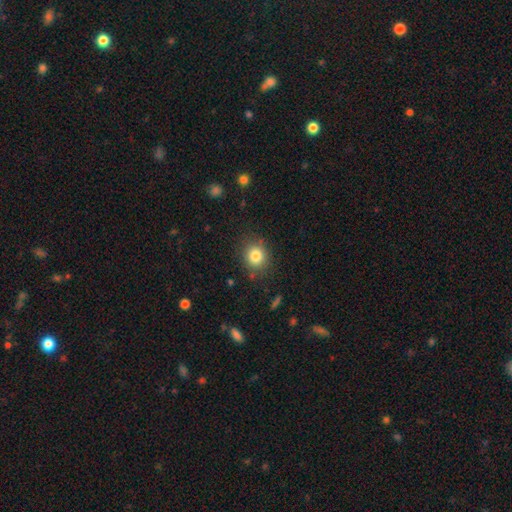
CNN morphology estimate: smooth-or-featured: smooth: 82% | star or artifact: 11% | featured or disk: 6%
  how-rounded: round: 80% | in between: 19% | cigar-shaped: 1%
  merging: none: 85% | minor disturbance: 10% | major disturbance: 3% | merger: 2%